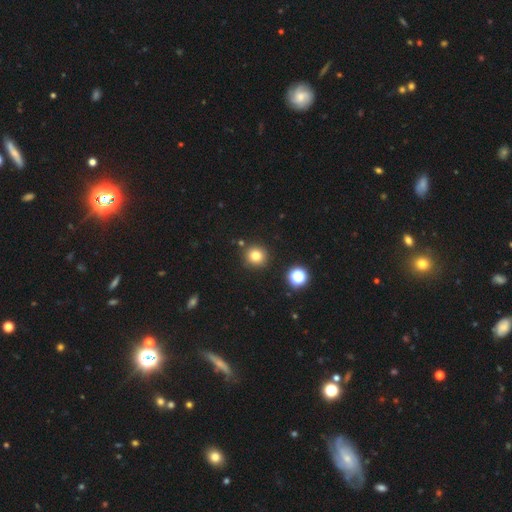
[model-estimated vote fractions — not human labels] The model was most divided on "smooth or featured": smooth: 77%, star or artifact: 15%, featured or disk: 7%. More confident: how rounded — round (92%); merging — none (87%).